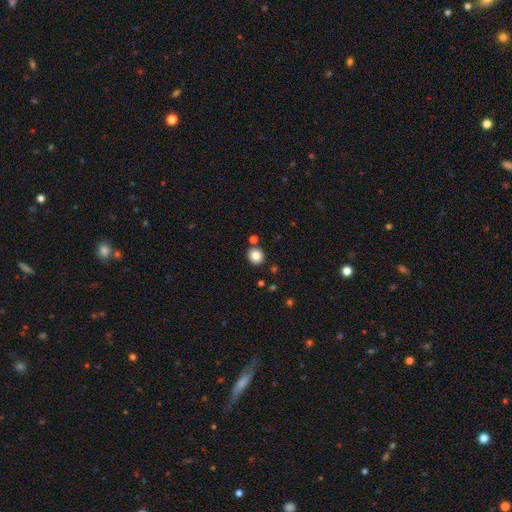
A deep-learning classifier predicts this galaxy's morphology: This is clearly a smooth galaxy (85%). How rounded: likely round (74%). Merging: clearly none (83%).